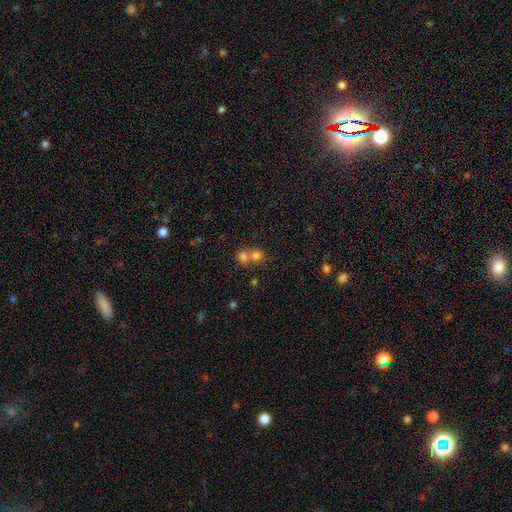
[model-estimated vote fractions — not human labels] This is likely a smooth galaxy (76%). How rounded: clearly round (85%). Merging: possibly merger (54%).